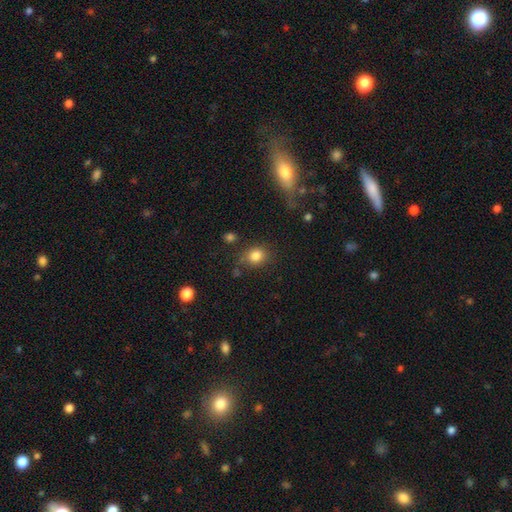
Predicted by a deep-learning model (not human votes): Smooth or featured? Predicted: smooth (p=0.82). How rounded? Predicted: round (p=0.68). Merging? Predicted: none (p=0.72).